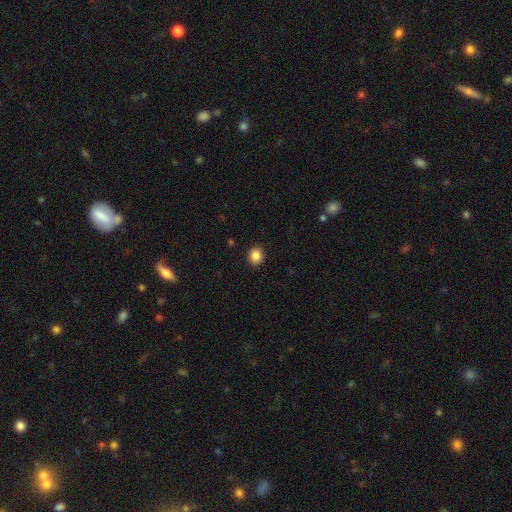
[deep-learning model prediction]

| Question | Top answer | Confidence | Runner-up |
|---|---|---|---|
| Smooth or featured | smooth | 86% | star or artifact (10%) |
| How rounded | round | 81% | in between (18%) |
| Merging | none | 92% | minor disturbance (5%) |